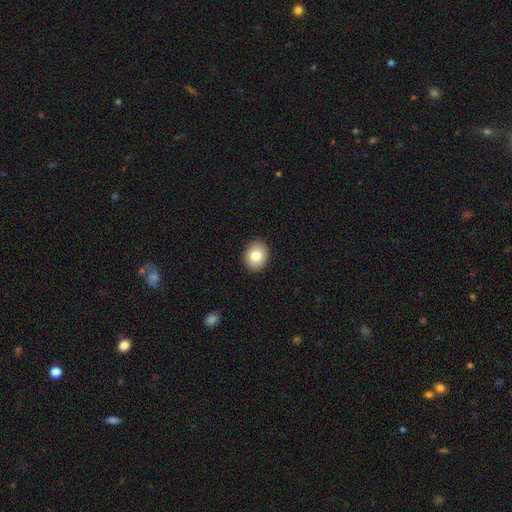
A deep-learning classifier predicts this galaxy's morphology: A smooth galaxy with no disk features (81%) that is round (58%). Merging: none (92%).